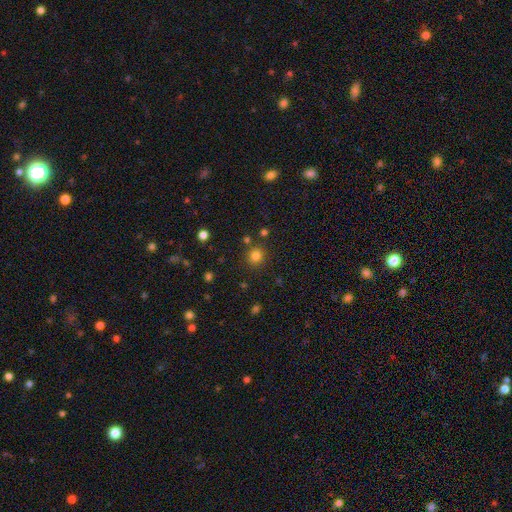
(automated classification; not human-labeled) This appears to be a smooth galaxy with no disk features (81%) that is round (91%). Merging: none (84%).